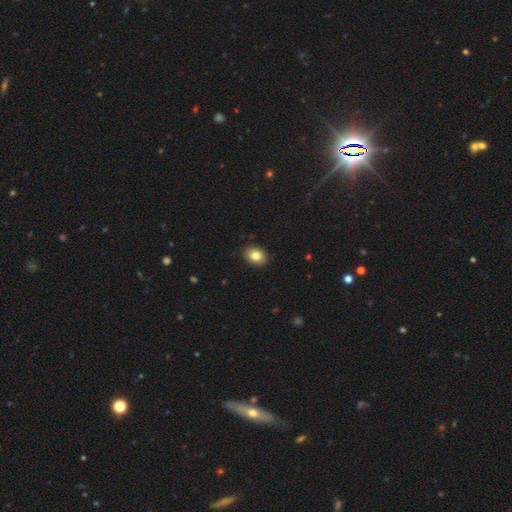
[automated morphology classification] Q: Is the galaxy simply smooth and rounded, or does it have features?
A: smooth — 83%.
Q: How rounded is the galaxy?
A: in between — 66%.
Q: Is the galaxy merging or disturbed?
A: none — 90%.